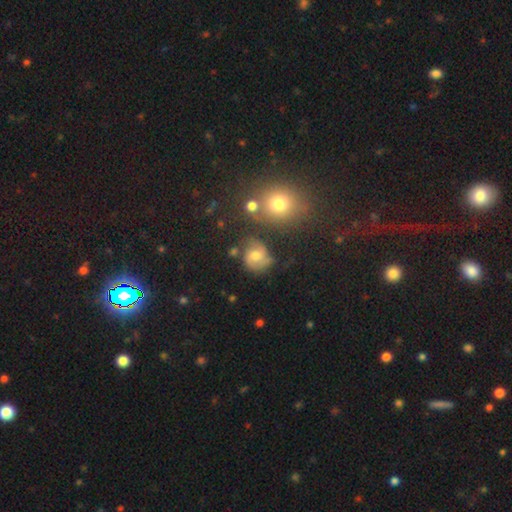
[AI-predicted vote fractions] This is possibly a featured or disk galaxy (51%). It is clearly not viewed edge-on (97%). Merging: possibly none (57%).